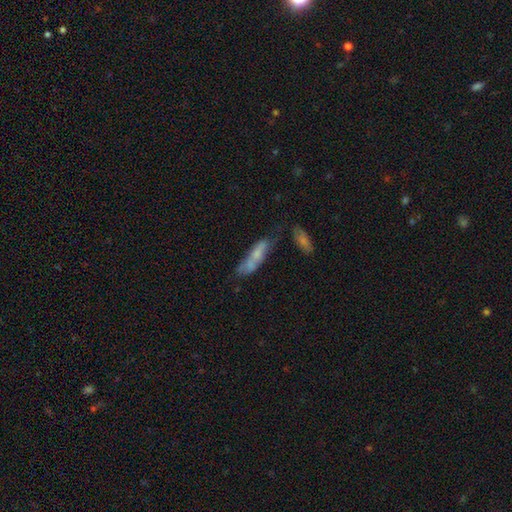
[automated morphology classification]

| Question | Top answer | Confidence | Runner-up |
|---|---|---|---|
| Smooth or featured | smooth | 57% | featured or disk (34%) |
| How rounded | cigar-shaped | 64% | in between (34%) |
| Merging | none | 41% | minor disturbance (24%) |